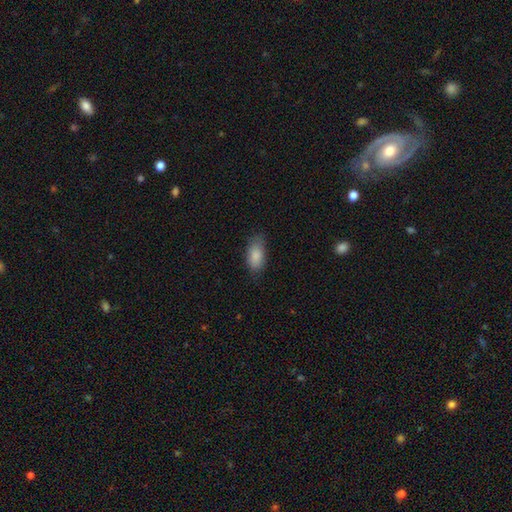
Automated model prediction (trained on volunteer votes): Smooth or featured?
  - smooth: 88% *
  - star or artifact: 7%
  - featured or disk: 6%
How rounded?
  - in between: 91% *
  - cigar-shaped: 6%
  - round: 3%
Merging?
  - none: 75% *
  - minor disturbance: 20%
  - major disturbance: 4%
  - merger: 1%